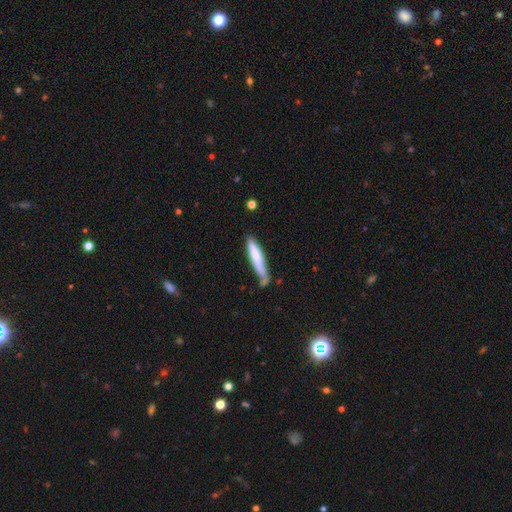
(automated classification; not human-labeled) Smooth or featured? smooth (70%)
How rounded? cigar-shaped (88%)
Merging? none (50%)